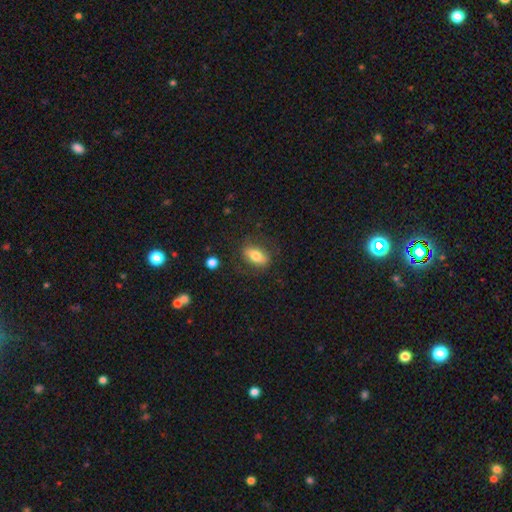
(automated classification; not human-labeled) A smooth galaxy with no disk features (67%) that is in between round and cigar-shaped (80%). Merging: none (76%).